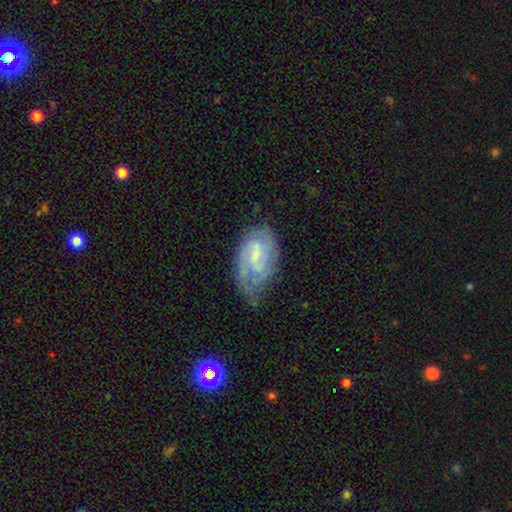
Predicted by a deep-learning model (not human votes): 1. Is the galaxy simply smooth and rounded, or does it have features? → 66% featured or disk, 27% smooth, 7% star or artifact.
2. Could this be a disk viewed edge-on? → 96% no, 4% yes.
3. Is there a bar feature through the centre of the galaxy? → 56% weak, 31% no, 13% strong.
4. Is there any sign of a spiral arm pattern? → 83% yes, 17% no.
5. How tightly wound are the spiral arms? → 43% medium, 39% tight, 18% loose.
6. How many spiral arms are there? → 48% 2, 30% can't tell, 10% 1, 7% 3, 2% 4, 2% more than 4.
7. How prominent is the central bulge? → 58% small, 23% moderate, 16% none, 2% large, 1% dominant.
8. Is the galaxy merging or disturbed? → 43% none, 36% minor disturbance, 18% major disturbance, 3% merger.